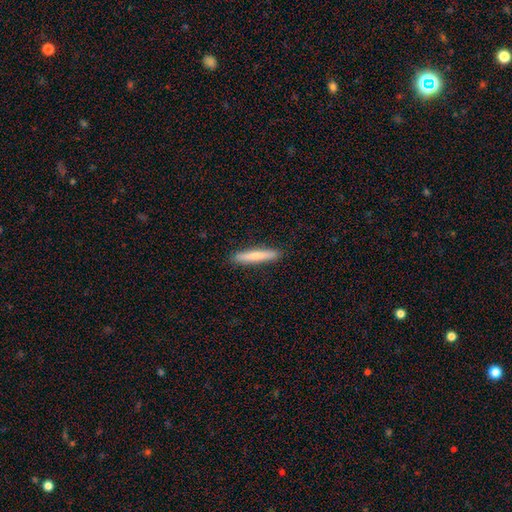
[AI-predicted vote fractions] Smooth or featured? smooth (72%)
How rounded? cigar-shaped (93%)
Merging? none (91%)